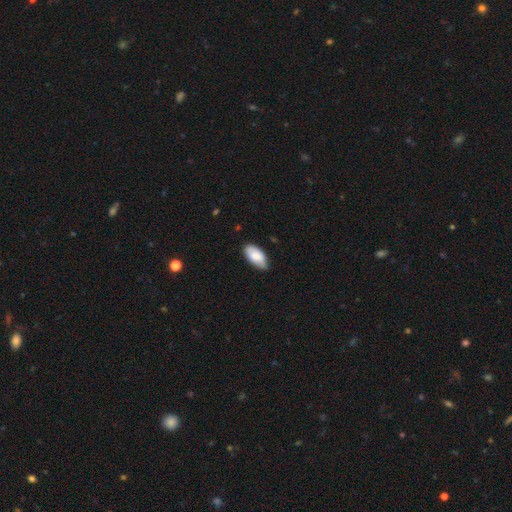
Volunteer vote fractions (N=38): Overall: smooth (95%). How rounded: in between (92%). Merging: none (55%; minor disturbance 42%).